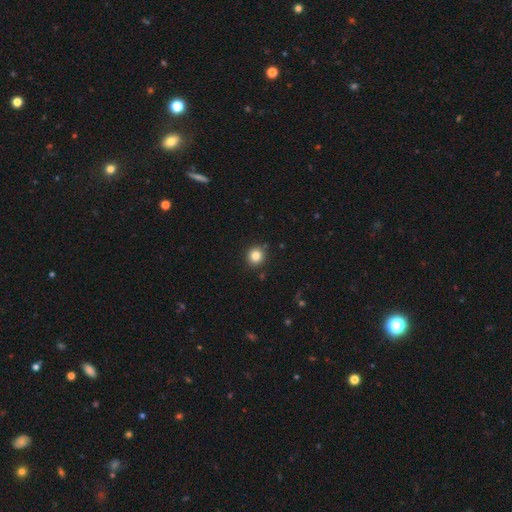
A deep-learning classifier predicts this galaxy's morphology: The model was most divided on "smooth or featured": smooth: 84%, star or artifact: 11%, featured or disk: 5%. More confident: how rounded — round (92%); merging — none (90%).